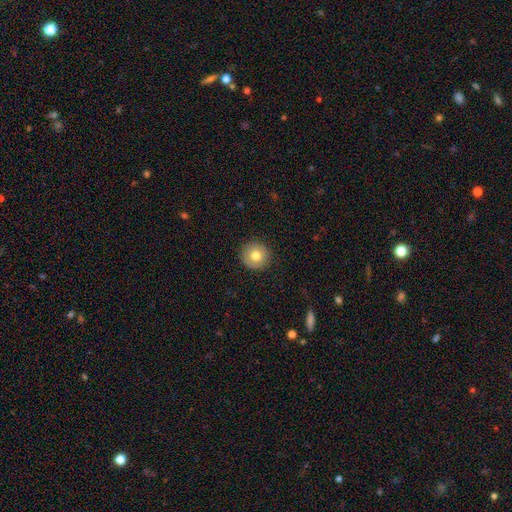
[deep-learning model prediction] smooth-or-featured: smooth: 76% | featured or disk: 16% | star or artifact: 9%
  how-rounded: round: 95% | in between: 4% | cigar-shaped: 1%
  merging: none: 90% | minor disturbance: 7% | major disturbance: 2% | merger: 1%